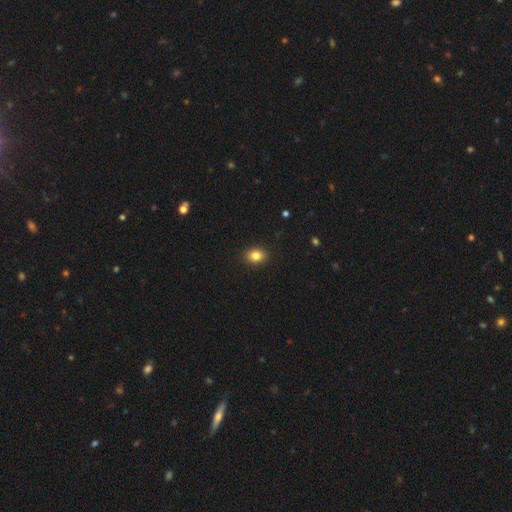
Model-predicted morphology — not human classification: This is clearly a smooth galaxy (84%). How rounded: possibly in between (54%). Merging: clearly none (90%).